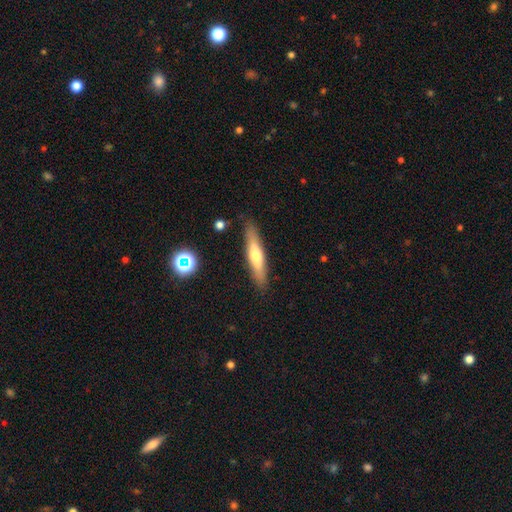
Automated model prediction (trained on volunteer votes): This appears to be a smooth galaxy with no disk features (51%) that is cigar-shaped (84%). Merging: none (86%).